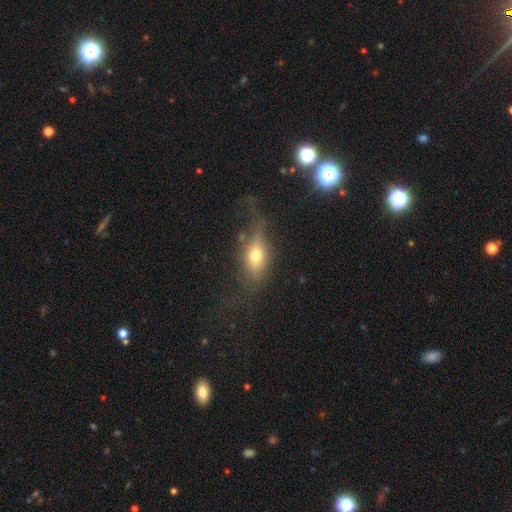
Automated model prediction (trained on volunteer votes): smooth_or_featured: smooth (p=0.59) [alt: featured or disk p=0.30]
how_rounded: in between (p=0.72) [alt: round p=0.15]
merging: none (p=0.44) [alt: major disturbance p=0.29]